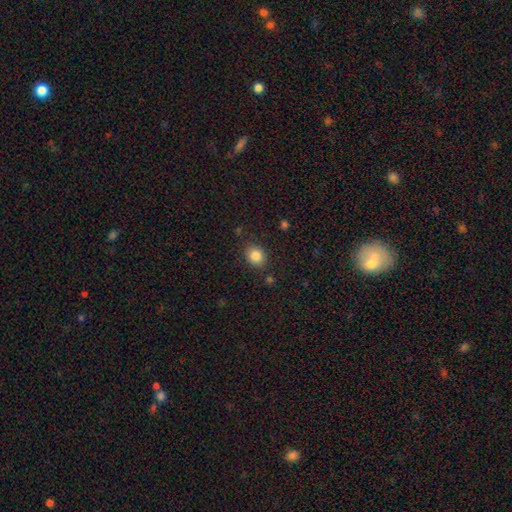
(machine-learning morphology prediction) Overall: smooth (84%). How rounded: round (62%; in between 38%). Merging: none (84%).